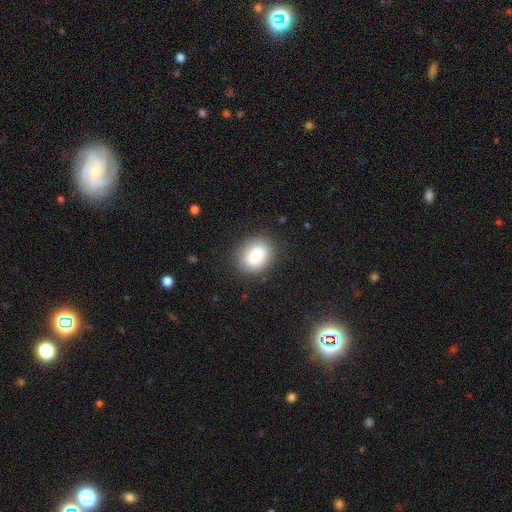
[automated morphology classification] This is likely a smooth galaxy (79%). How rounded: possibly in between (59%). Merging: clearly none (84%).